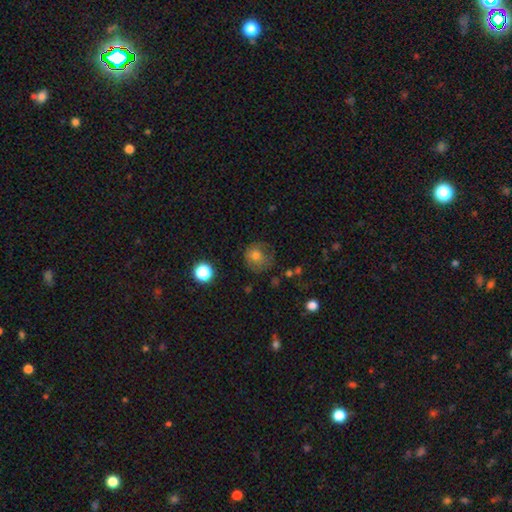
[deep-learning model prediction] smooth 72%, featured or disk 16%, star or artifact 13%. Down the decision tree: how rounded — round (85%); merging — none (63%).